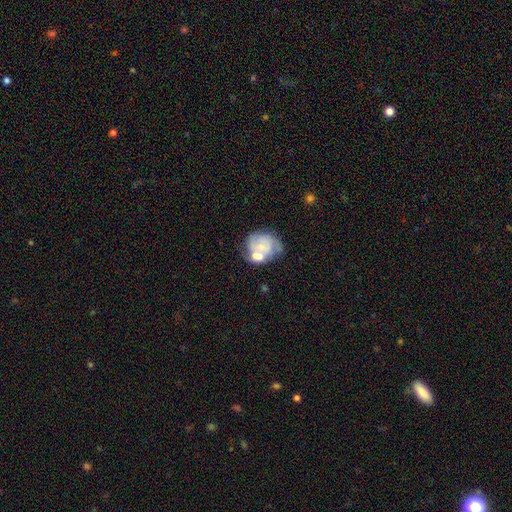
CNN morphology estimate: Smooth or featured: featured or disk — 49% (smooth — 34%)
Merging: none — 60% (minor disturbance — 16%)